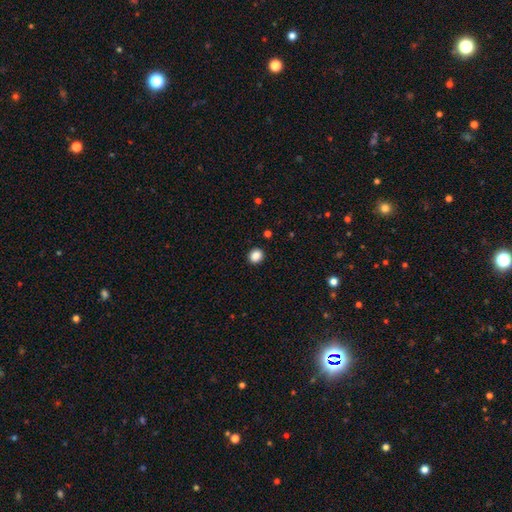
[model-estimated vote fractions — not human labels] Q: Smooth or featured?
A: smooth (87%); runner-up: star or artifact (10%)
Q: How rounded?
A: round (81%); runner-up: in between (19%)
Q: Merging?
A: none (92%); runner-up: minor disturbance (5%)